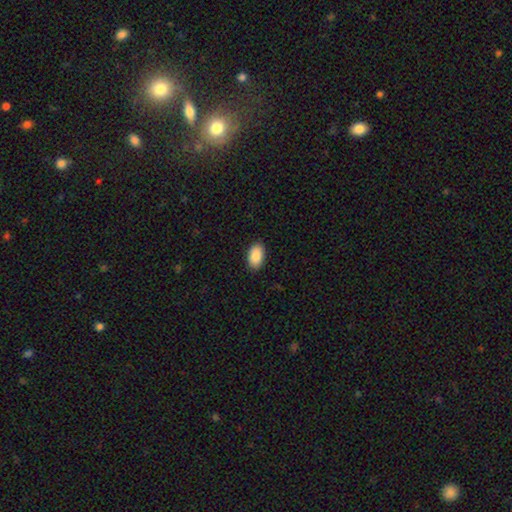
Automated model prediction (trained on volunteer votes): Smooth or featured?
  - smooth: 90% *
  - star or artifact: 6%
  - featured or disk: 4%
How rounded?
  - in between: 94% *
  - round: 5%
  - cigar-shaped: 1%
Merging?
  - none: 89% *
  - minor disturbance: 8%
  - major disturbance: 2%
  - merger: 1%